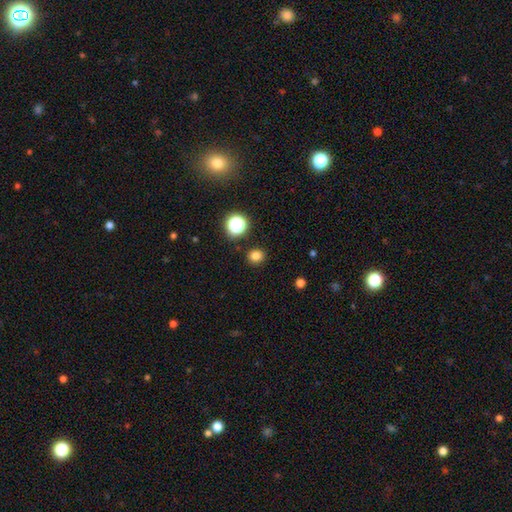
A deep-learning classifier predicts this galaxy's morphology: This appears to be a smooth galaxy with no disk features (80%) that is round (78%). Merging: none (89%).